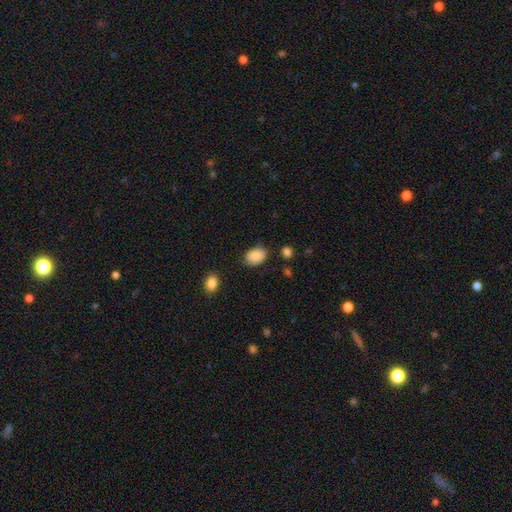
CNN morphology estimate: A smooth galaxy with no disk features (83%) that is in between round and cigar-shaped (80%).

Vote fractions:
- Smooth or featured? smooth: 83% / featured or disk: 10% / star or artifact: 7%
- How rounded? in between: 80% / round: 19% / cigar-shaped: 1%
- Merging? none: 69% / minor disturbance: 24% / major disturbance: 5% / merger: 2%